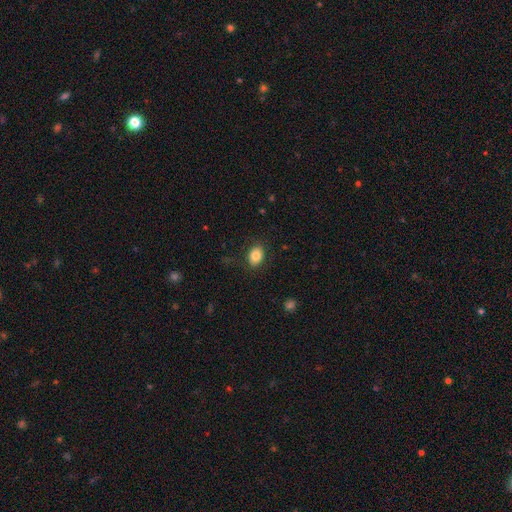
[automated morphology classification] smooth 84%, star or artifact 9%, featured or disk 8%. Down the decision tree: how rounded — in between (69%); merging — none (85%).